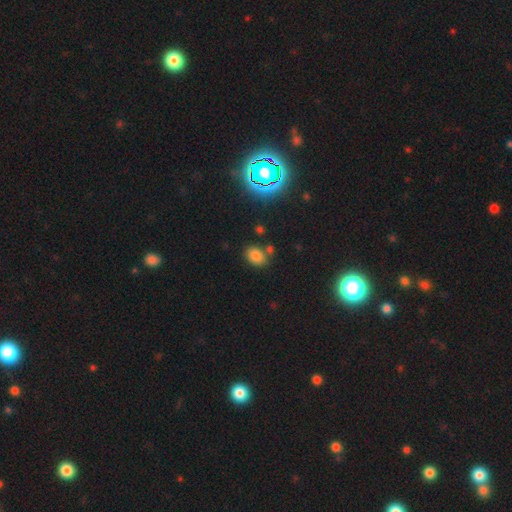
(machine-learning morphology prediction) A smooth galaxy with no disk features (75%) that is in between round and cigar-shaped (67%). Merging: none (73%).